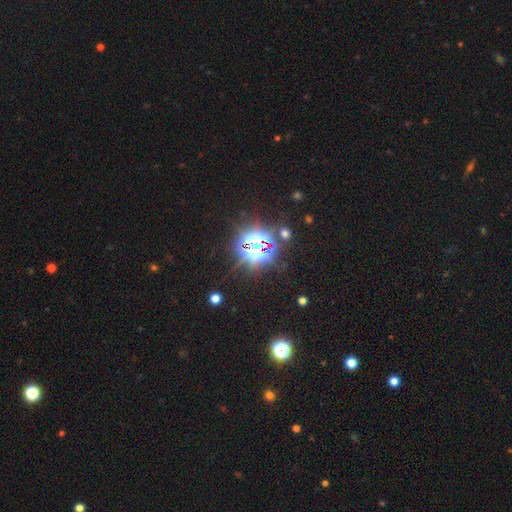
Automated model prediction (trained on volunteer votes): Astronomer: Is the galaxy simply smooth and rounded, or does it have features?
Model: star or artifact — 80%.